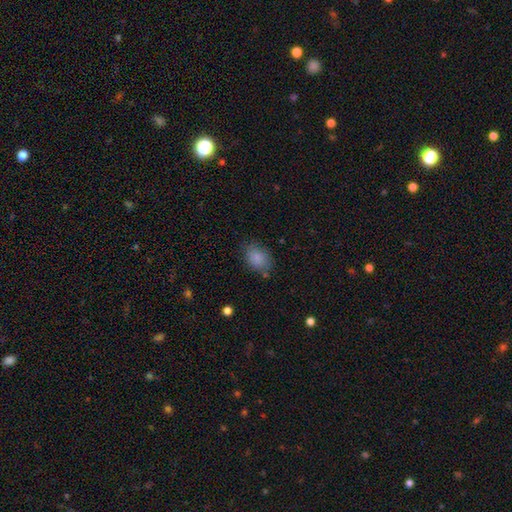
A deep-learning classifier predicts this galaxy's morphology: smooth_or_featured: smooth (p=0.85) [alt: star or artifact p=0.08]
how_rounded: in between (p=0.73) [alt: round p=0.26]
merging: none (p=0.74) [alt: minor disturbance p=0.18]